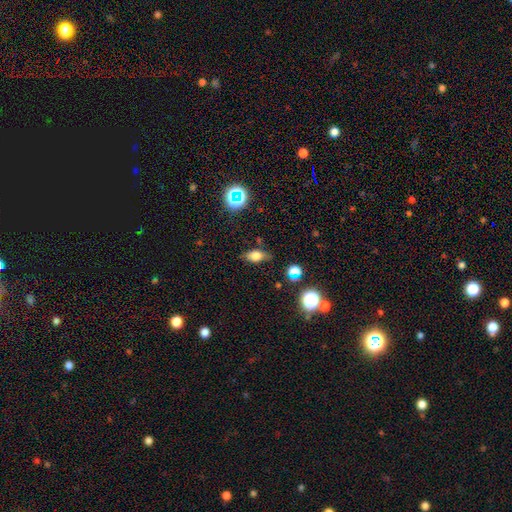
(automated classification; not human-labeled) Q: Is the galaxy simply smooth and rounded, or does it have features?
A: smooth — 69%.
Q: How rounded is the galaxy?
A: in between — 77%.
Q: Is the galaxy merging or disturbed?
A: none — 78%.